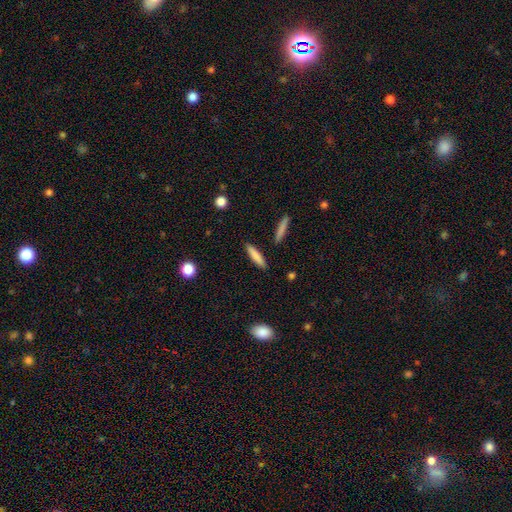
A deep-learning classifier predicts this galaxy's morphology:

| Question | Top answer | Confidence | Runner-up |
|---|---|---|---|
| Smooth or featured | smooth | 79% | featured or disk (14%) |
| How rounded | cigar-shaped | 85% | in between (14%) |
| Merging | none | 89% | minor disturbance (7%) |